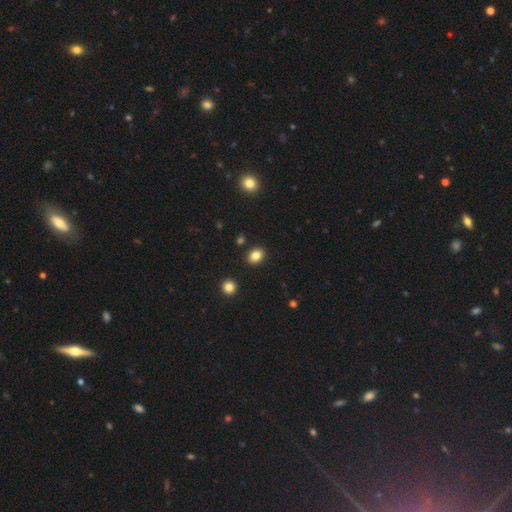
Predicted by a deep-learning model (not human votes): The model was most divided on "how rounded": in between: 61%, round: 38%, cigar-shaped: 1%. More confident: merging — none (89%); smooth or featured — smooth (84%).